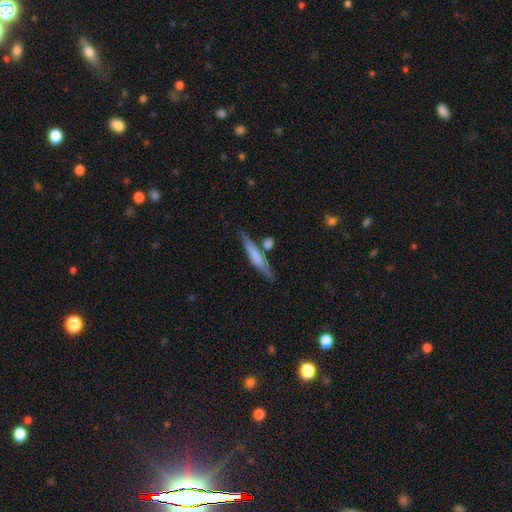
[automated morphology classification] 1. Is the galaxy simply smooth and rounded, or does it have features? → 55% smooth, 39% featured or disk, 6% star or artifact.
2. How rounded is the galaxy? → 91% cigar-shaped, 7% in between, 2% round.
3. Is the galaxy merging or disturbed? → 76% none, 11% minor disturbance, 10% merger, 3% major disturbance.